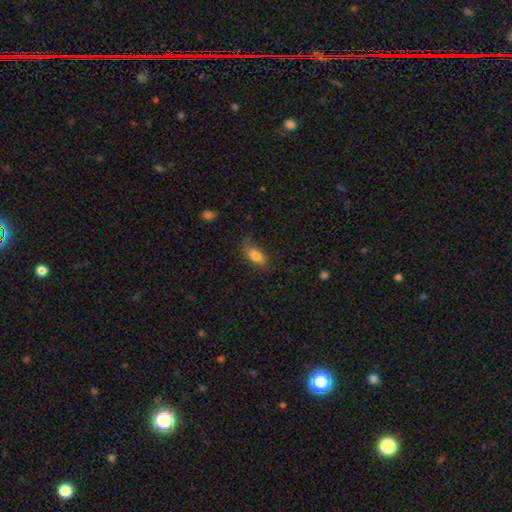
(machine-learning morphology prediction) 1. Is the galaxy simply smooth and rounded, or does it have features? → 79% smooth, 13% featured or disk, 8% star or artifact.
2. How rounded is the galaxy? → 87% in between, 9% cigar-shaped, 4% round.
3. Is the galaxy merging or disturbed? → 65% none, 25% minor disturbance, 8% major disturbance, 2% merger.